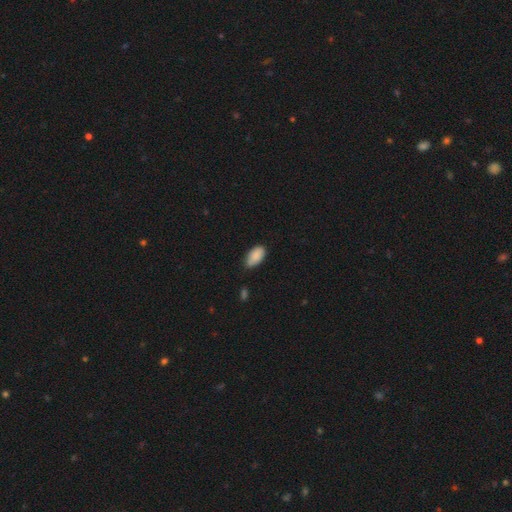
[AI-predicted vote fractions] The model was most divided on "merging": none: 65%, minor disturbance: 29%, major disturbance: 4%, merger: 2%. More confident: how rounded — in between (94%); smooth or featured — smooth (88%).